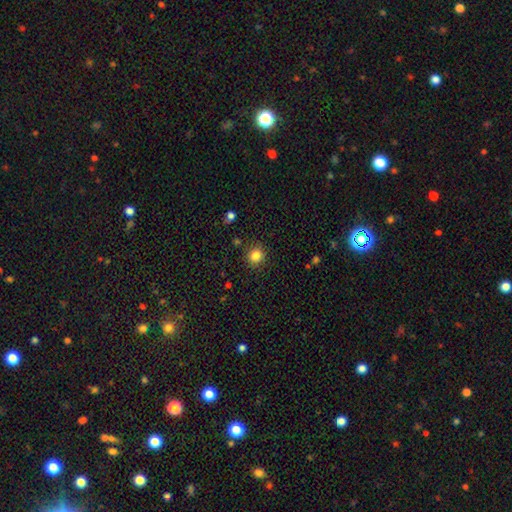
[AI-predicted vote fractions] smooth_or_featured: smooth (p=0.84) [alt: star or artifact p=0.11]
how_rounded: round (p=0.88) [alt: in between p=0.11]
merging: none (p=0.89) [alt: minor disturbance p=0.07]